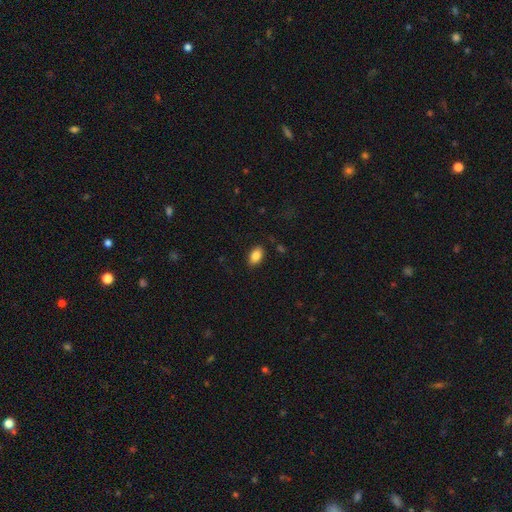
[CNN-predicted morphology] smooth_or_featured: smooth (p=0.86) [alt: star or artifact p=0.08]
how_rounded: in between (p=0.91) [alt: round p=0.07]
merging: none (p=0.86) [alt: minor disturbance p=0.10]